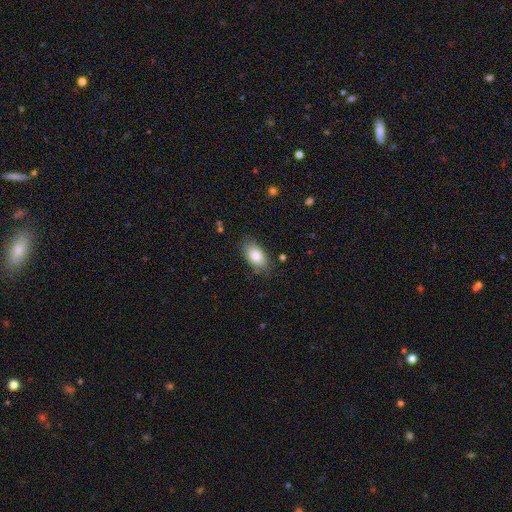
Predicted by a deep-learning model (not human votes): The model was most divided on "merging": none: 82%, minor disturbance: 14%, major disturbance: 3%, merger: 1%. More confident: how rounded — in between (92%); smooth or featured — smooth (83%).